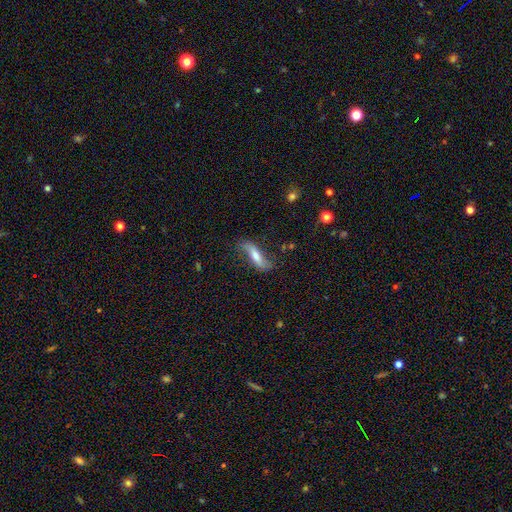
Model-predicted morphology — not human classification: type=featured or disk (58%); edge-on=no (68%); merging=none (68%).